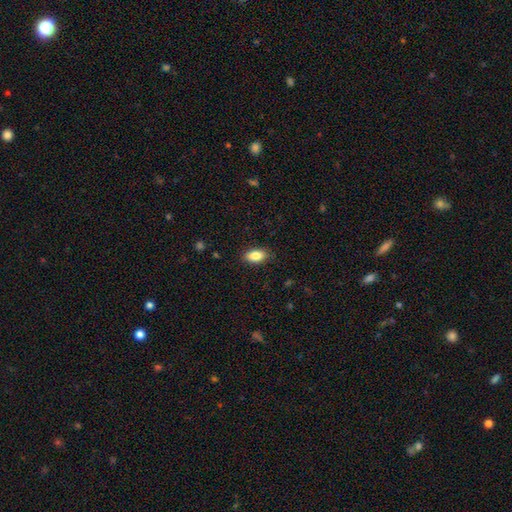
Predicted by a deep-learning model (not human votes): Smooth or featured: smooth — 85% (featured or disk — 8%)
How rounded: in between — 90% (cigar-shaped — 5%)
Merging: none — 87% (minor disturbance — 10%)